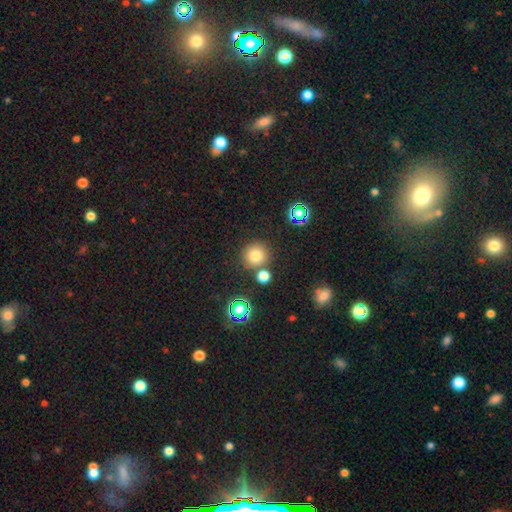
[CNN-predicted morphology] Smooth or featured? Predicted: smooth (p=0.77). How rounded? Predicted: round (p=0.93). Merging? Predicted: none (p=0.80).